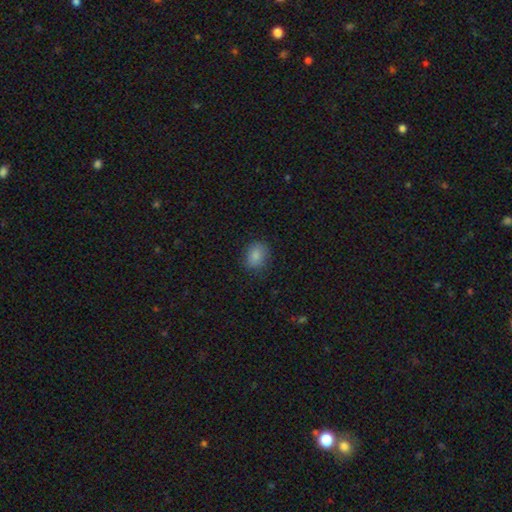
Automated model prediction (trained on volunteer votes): A smooth galaxy with no disk features (85%) that is in between round and cigar-shaped (56%). Merging: none (80%).